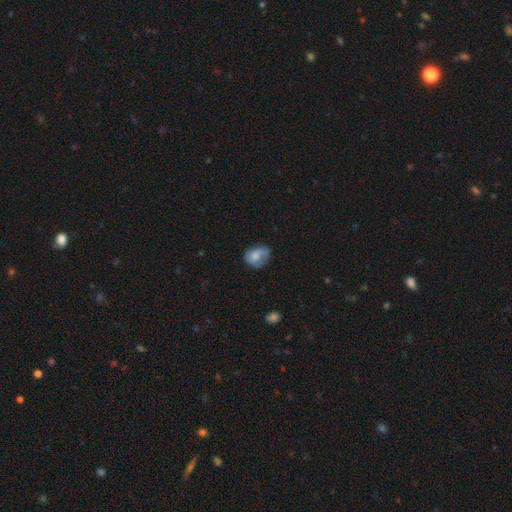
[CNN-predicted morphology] Smooth or featured? Predicted: smooth (p=0.60). How rounded? Predicted: in between (p=0.57). Merging? Predicted: none (p=0.50).